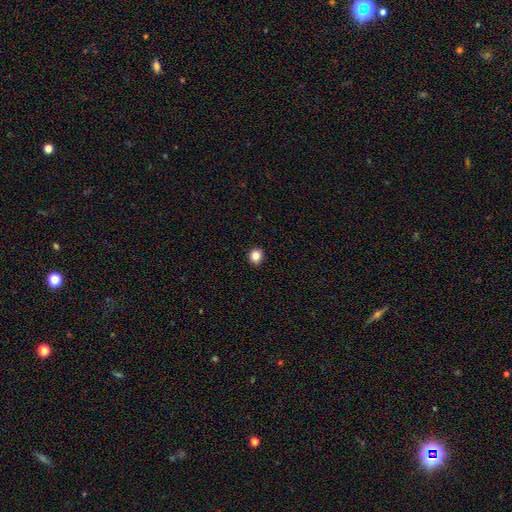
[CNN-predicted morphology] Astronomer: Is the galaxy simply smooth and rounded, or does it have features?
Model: smooth — 84%.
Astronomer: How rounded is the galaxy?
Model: round — 83%.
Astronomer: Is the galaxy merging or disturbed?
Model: none — 91%.